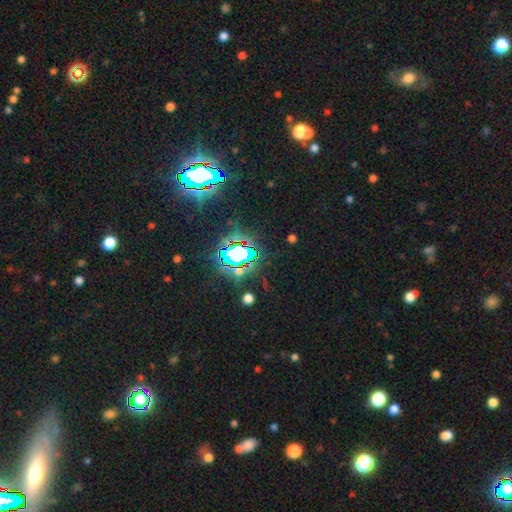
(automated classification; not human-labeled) This appears to be a star or artifact, not a galaxy (82%).